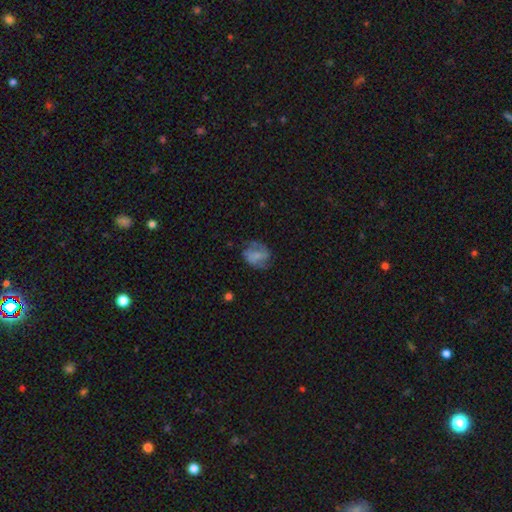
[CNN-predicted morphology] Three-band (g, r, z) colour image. It shows a featured or disk galaxy (46%). Merging: none (59%).